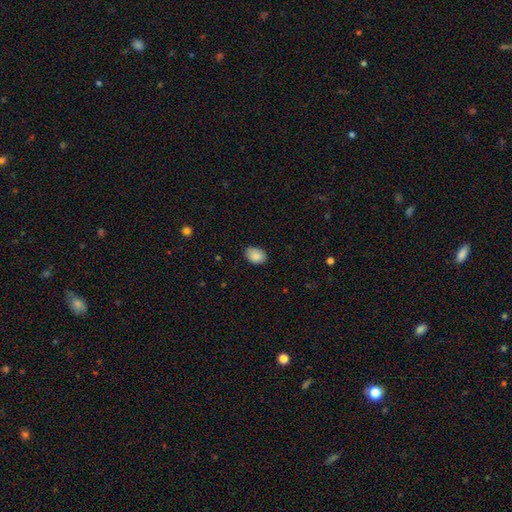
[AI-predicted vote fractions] The model was most divided on "how rounded": in between: 80%, round: 19%, cigar-shaped: 1%. More confident: smooth or featured — smooth (89%); merging — none (82%).